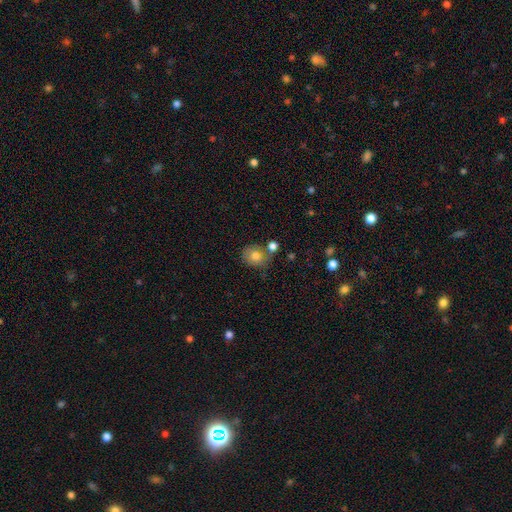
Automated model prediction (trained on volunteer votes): Smooth or featured?
  - smooth: 78% *
  - featured or disk: 12%
  - star or artifact: 10%
How rounded?
  - round: 69% *
  - in between: 30%
  - cigar-shaped: 1%
Merging?
  - none: 63% *
  - merger: 17%
  - minor disturbance: 15%
  - major disturbance: 5%